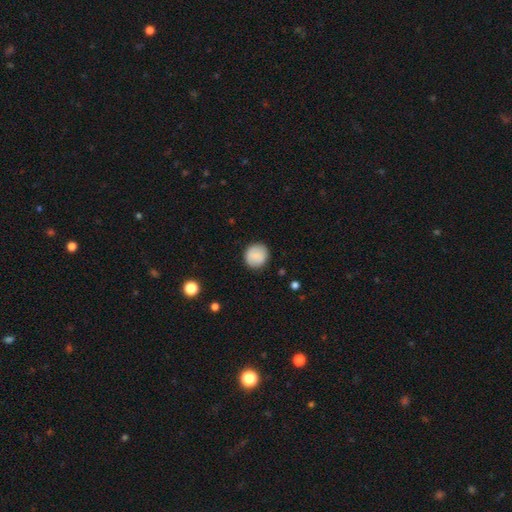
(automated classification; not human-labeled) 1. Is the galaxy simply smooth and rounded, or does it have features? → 85% smooth, 8% featured or disk, 7% star or artifact.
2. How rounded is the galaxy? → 91% round, 8% in between, 1% cigar-shaped.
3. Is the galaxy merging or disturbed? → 89% none, 8% minor disturbance, 2% major disturbance, 1% merger.